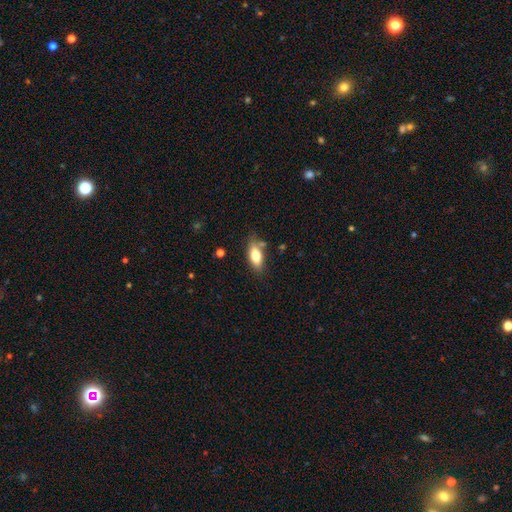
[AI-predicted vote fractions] This is likely a smooth galaxy (76%). How rounded: clearly in between (81%). Merging: likely none (71%).